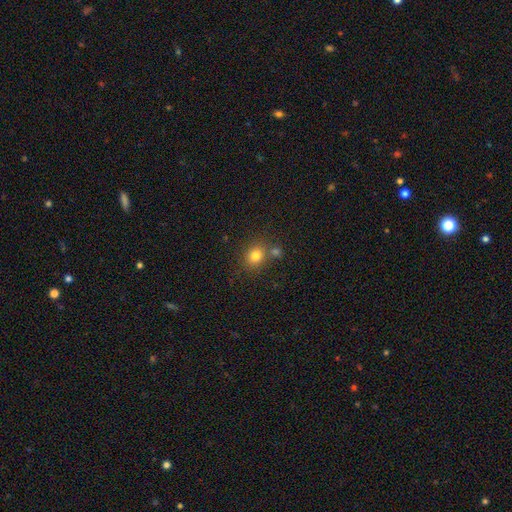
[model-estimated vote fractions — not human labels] Q: Smooth or featured?
A: smooth (79%); runner-up: star or artifact (13%)
Q: How rounded?
A: round (69%); runner-up: in between (30%)
Q: Merging?
A: none (67%); runner-up: merger (19%)